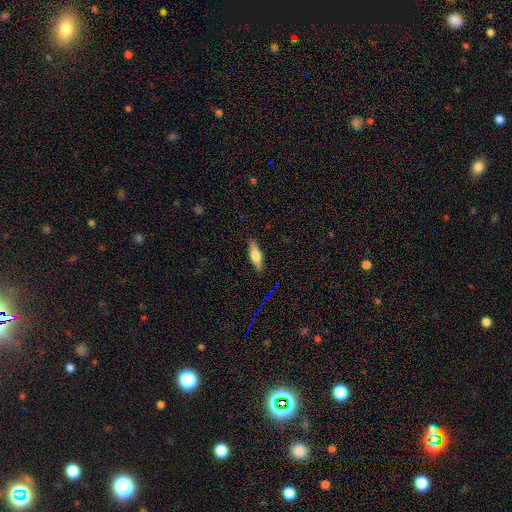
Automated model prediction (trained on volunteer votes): Q: Smooth or featured?
A: smooth (64%); runner-up: featured or disk (29%)
Q: How rounded?
A: cigar-shaped (50%); runner-up: in between (47%)
Q: Merging?
A: none (86%); runner-up: minor disturbance (11%)